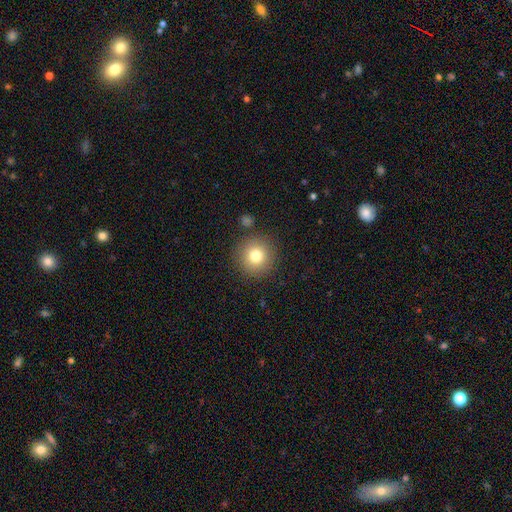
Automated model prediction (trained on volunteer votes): smooth 78%, star or artifact 12%, featured or disk 10%. Down the decision tree: how rounded — round (95%); merging — none (87%).